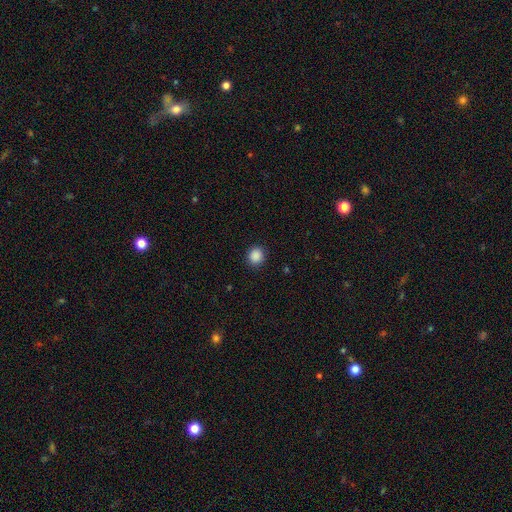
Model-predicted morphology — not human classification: A smooth galaxy with no disk features (88%) that is round (87%).

Vote fractions:
- Smooth or featured? smooth: 88% / star or artifact: 10% / featured or disk: 2%
- How rounded? round: 87% / in between: 12% / cigar-shaped: 1%
- Merging? none: 91% / minor disturbance: 6% / major disturbance: 2% / merger: 1%